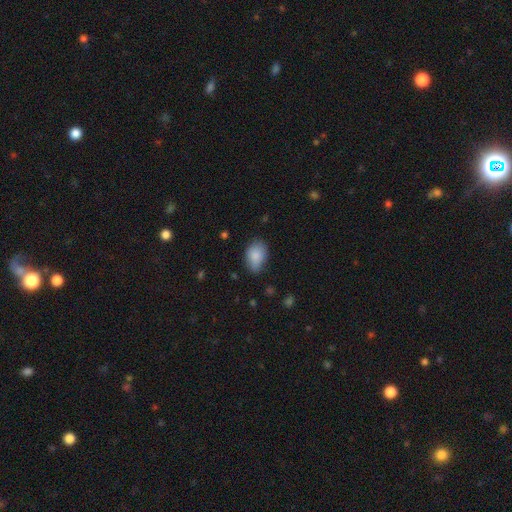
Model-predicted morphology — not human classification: type=smooth (85%); roundness=in between (85%); merging=none (64%).